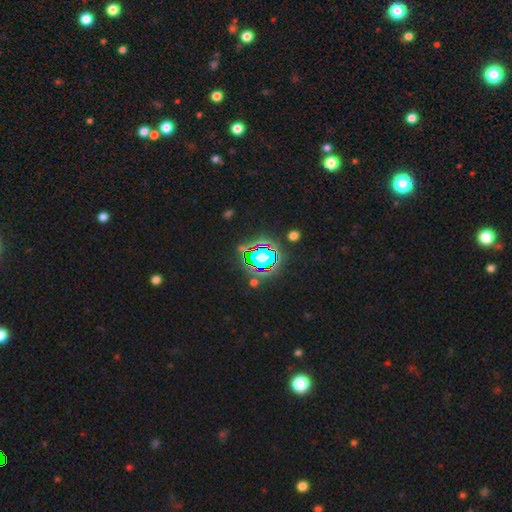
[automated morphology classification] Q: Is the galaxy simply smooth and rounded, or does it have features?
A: star or artifact — 79%.